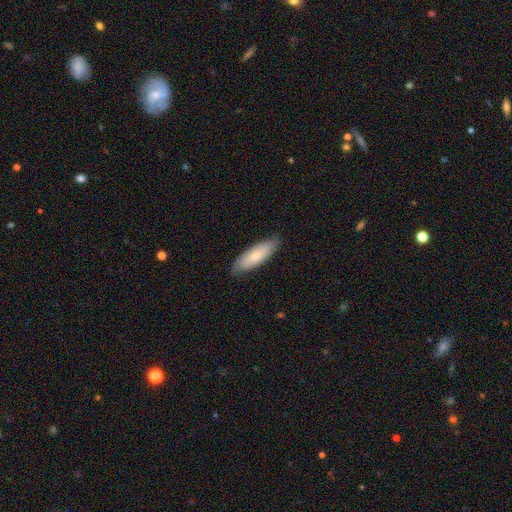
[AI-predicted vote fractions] Smooth or featured? Predicted: smooth (p=0.67). How rounded? Predicted: in between (p=0.60). Merging? Predicted: none (p=0.81).